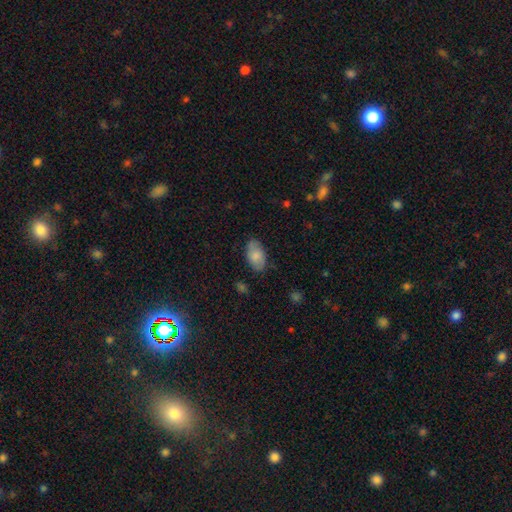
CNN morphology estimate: The model was most divided on "merging": none: 78%, minor disturbance: 17%, major disturbance: 4%, merger: 1%. More confident: how rounded — in between (94%); smooth or featured — smooth (80%).